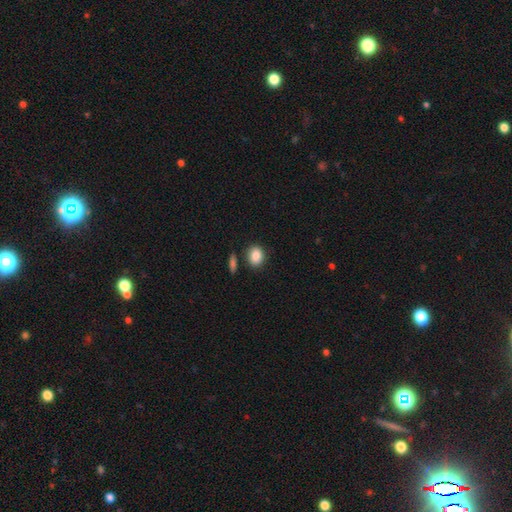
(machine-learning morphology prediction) smooth-or-featured: smooth: 86% | star or artifact: 8% | featured or disk: 6%
  how-rounded: round: 49% (tied) | in between: 49% (tied) | cigar-shaped: 2%
  merging: none: 81% | minor disturbance: 10% | merger: 6% | major disturbance: 3%